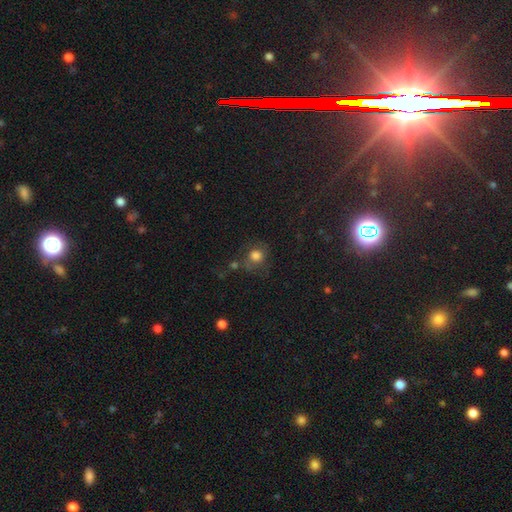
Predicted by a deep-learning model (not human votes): Q: Smooth or featured?
A: smooth (72%); runner-up: featured or disk (14%)
Q: How rounded?
A: round (82%); runner-up: in between (17%)
Q: Merging?
A: none (56%); runner-up: minor disturbance (20%)